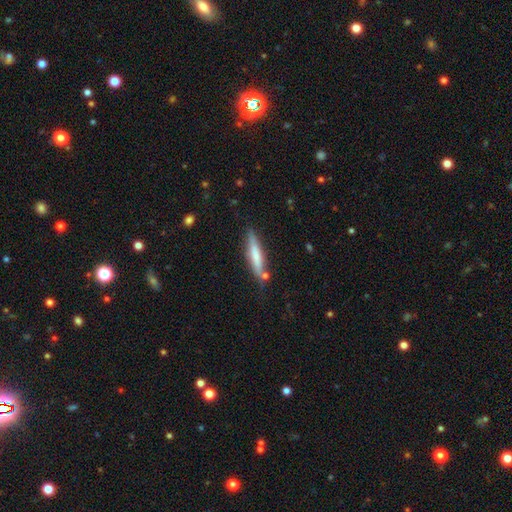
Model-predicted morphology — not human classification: smooth 60%, featured or disk 34%, star or artifact 6%. Down the decision tree: how rounded — cigar-shaped (88%); merging — none (74%).